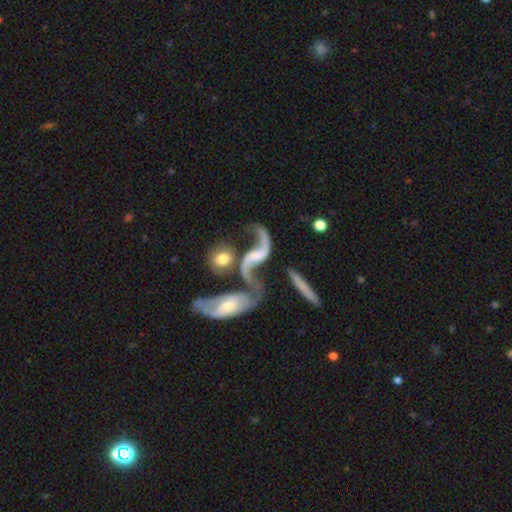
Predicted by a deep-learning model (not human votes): featured or disk 86%, smooth 9%, star or artifact 6%. Down the decision tree: edge-on disk — no (93%); bar — no (42%); spiral arms — yes (94%); spiral arm count — 2 (91%); spiral winding — loose (90%); bulge size — small (39%); merging — merger (41%).